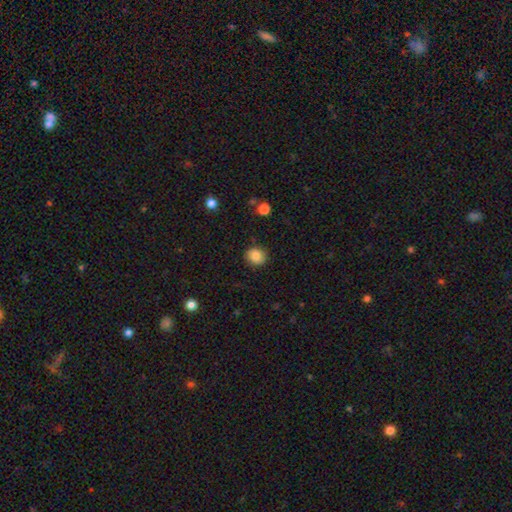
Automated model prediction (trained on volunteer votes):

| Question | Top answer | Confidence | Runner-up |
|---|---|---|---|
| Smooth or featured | smooth | 83% | star or artifact (9%) |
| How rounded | round | 80% | in between (19%) |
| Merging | none | 85% | minor disturbance (11%) |